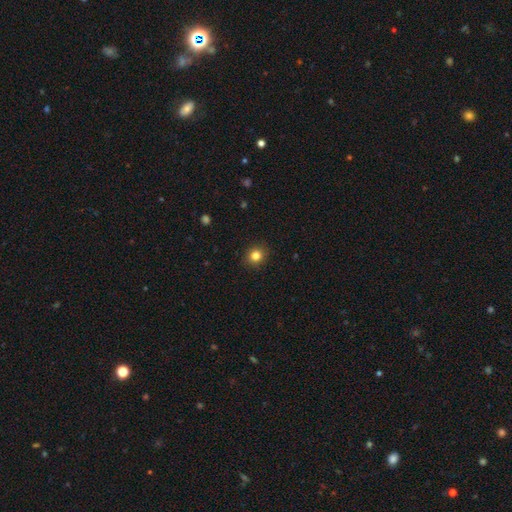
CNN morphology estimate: Smooth or featured? smooth (83%)
How rounded? round (81%)
Merging? none (90%)